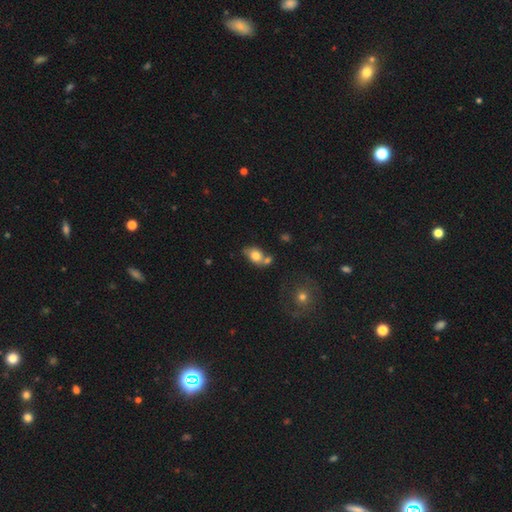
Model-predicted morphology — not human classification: Overall: smooth (74%). How rounded: in between (74%). Merging: none (45%; merger 33%).